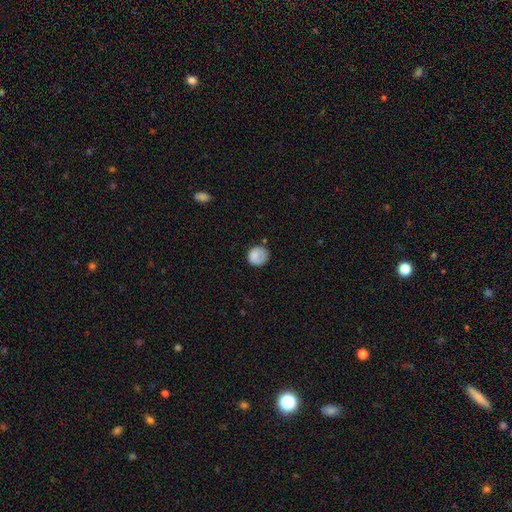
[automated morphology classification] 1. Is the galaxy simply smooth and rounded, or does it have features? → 79% smooth, 12% featured or disk, 8% star or artifact.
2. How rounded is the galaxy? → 86% round, 13% in between, 1% cigar-shaped.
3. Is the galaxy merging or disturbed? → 67% none, 21% minor disturbance, 9% major disturbance, 3% merger.